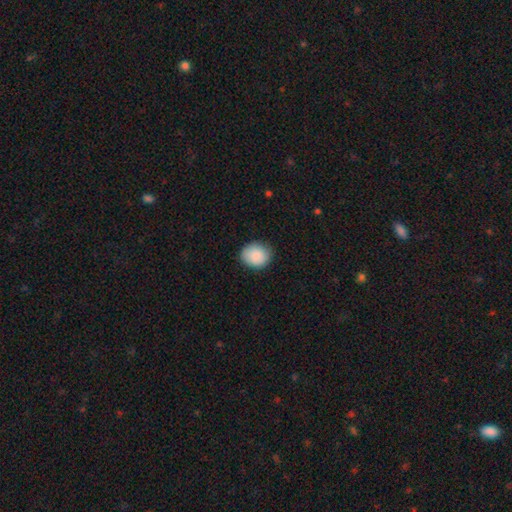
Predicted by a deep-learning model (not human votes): The model was most divided on "how rounded": round: 67%, in between: 32%, cigar-shaped: 1%. More confident: smooth or featured — smooth (88%); merging — none (83%).